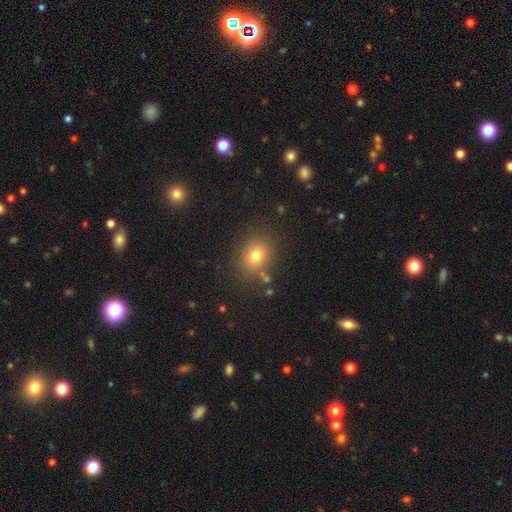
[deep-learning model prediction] Smooth or featured?
  - smooth: 76% *
  - star or artifact: 15%
  - featured or disk: 9%
How rounded?
  - round: 66% *
  - in between: 33%
  - cigar-shaped: 1%
Merging?
  - none: 81% *
  - minor disturbance: 11%
  - merger: 4%
  - major disturbance: 4%